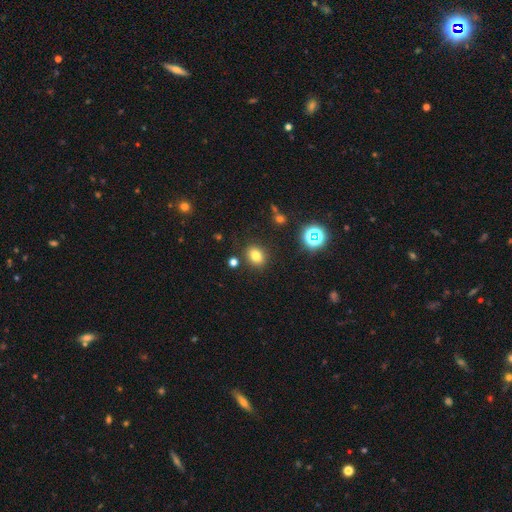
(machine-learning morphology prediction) Smooth or featured: smooth — 76% (star or artifact — 16%)
How rounded: in between — 52% (round — 46%)
Merging: none — 84% (minor disturbance — 9%)